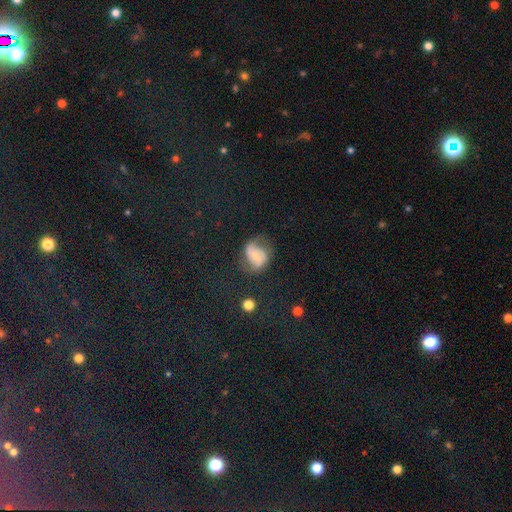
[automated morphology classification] A featured or disk galaxy (51%).

Vote fractions:
- Smooth or featured? featured or disk: 51% / smooth: 35% / star or artifact: 13%
- Edge-on disk? no: 97% / yes: 3%
- Merging? none: 49% / minor disturbance: 26% / major disturbance: 22% / merger: 3%